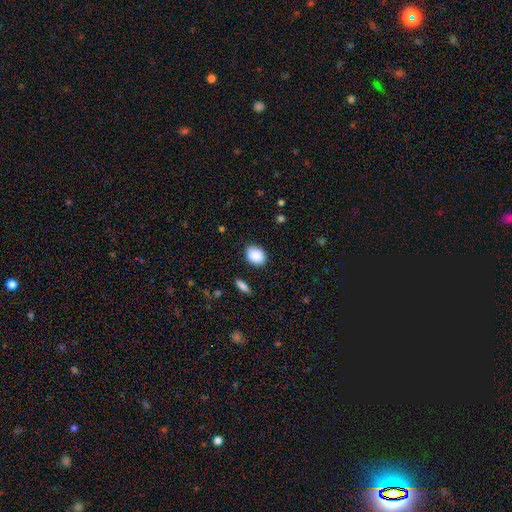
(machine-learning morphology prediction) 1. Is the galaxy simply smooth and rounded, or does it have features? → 89% smooth, 7% star or artifact, 4% featured or disk.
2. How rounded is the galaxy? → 66% in between, 33% round, 1% cigar-shaped.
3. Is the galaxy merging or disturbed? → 84% none, 12% minor disturbance, 3% major disturbance, 2% merger.